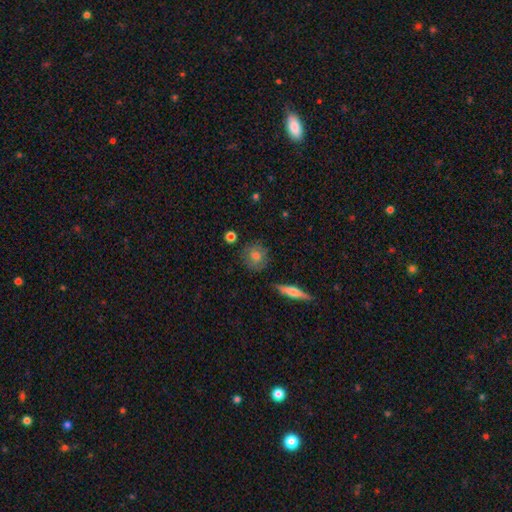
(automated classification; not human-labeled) This is likely a smooth galaxy (68%). How rounded: clearly round (82%). Merging: clearly none (81%).